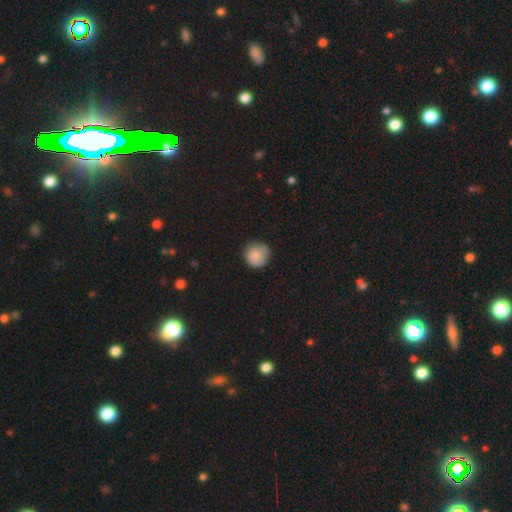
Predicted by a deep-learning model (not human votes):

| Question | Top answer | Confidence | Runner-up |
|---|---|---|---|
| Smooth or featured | smooth | 84% | featured or disk (9%) |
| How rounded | round | 93% | in between (6%) |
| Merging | none | 75% | minor disturbance (19%) |